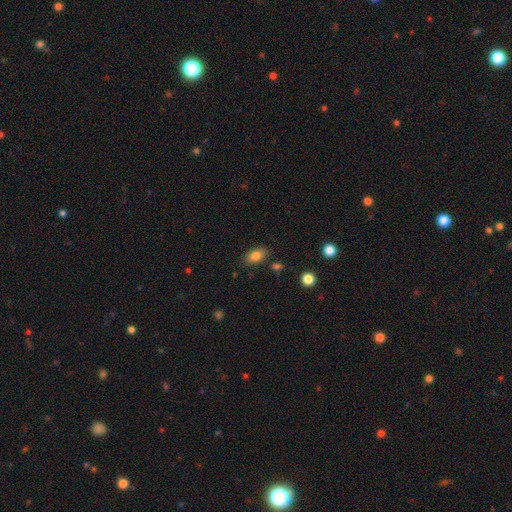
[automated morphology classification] Q: Smooth or featured?
A: smooth (83%); runner-up: star or artifact (9%)
Q: How rounded?
A: in between (88%); runner-up: round (9%)
Q: Merging?
A: none (81%); runner-up: minor disturbance (13%)